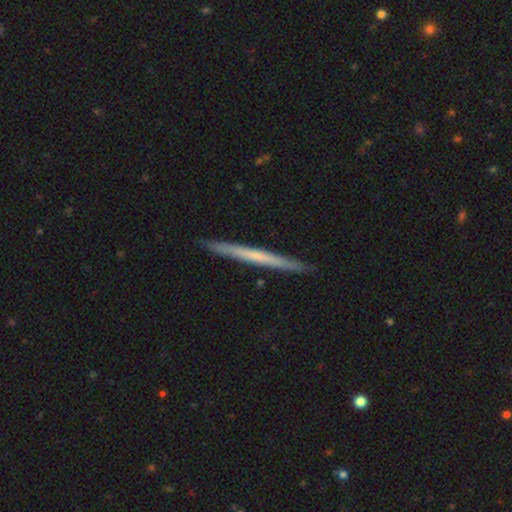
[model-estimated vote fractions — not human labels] This is possibly a smooth galaxy (48%). Merging: clearly none (92%).